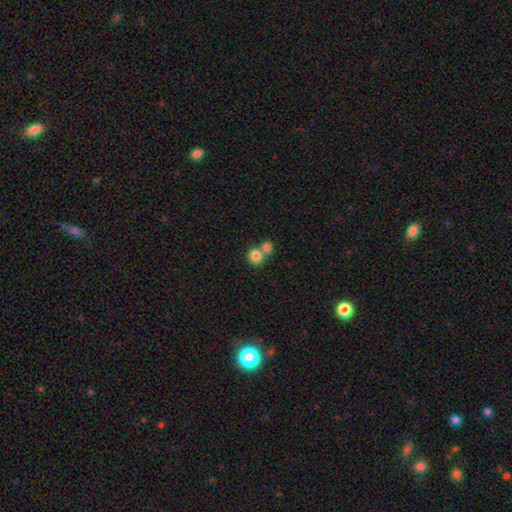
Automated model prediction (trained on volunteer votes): Overall: smooth (82%). How rounded: round (87%). Merging: merger (49%; none 43%).